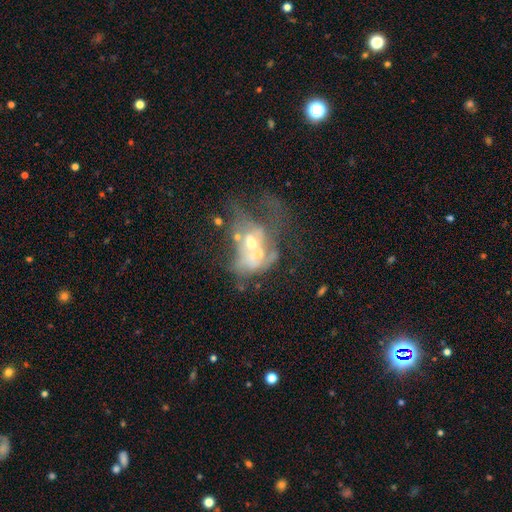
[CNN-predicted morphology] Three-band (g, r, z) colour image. It shows a featured or disk galaxy (60%) with no bar (79%), no spiral arms (76%) and a moderate central bulge (60%). Merging: merger (52%).